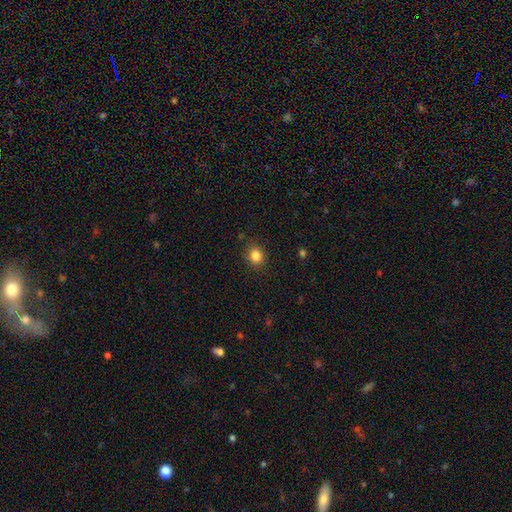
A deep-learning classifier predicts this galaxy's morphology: smooth 84%, star or artifact 12%, featured or disk 5%. Down the decision tree: how rounded — round (73%); merging — none (87%).